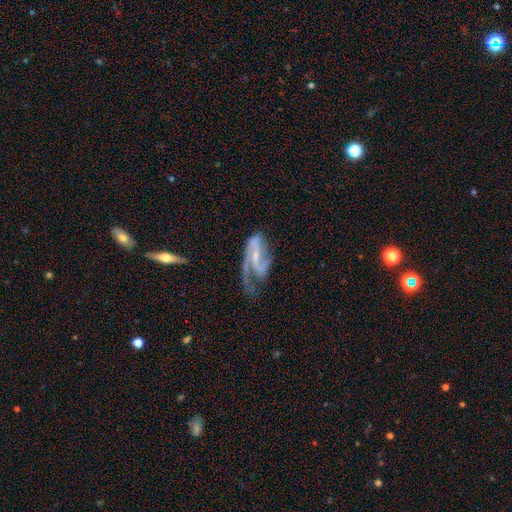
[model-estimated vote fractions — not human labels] This is clearly a featured or disk galaxy (86%). It is clearly not viewed edge-on (95%). Bar: marginally weak (41%). Spiral arm pattern: clearly yes (94%). Spiral arm count: likely 2 (73%). Spiral winding: marginally medium (44%). Central bulge: likely small (62%). Merging: marginally none (38%).